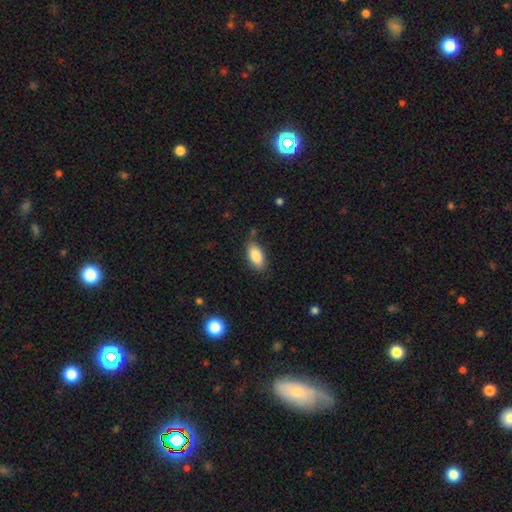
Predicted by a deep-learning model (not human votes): Smooth or featured? Predicted: smooth (p=0.85). How rounded? Predicted: in between (p=0.90). Merging? Predicted: none (p=0.79).